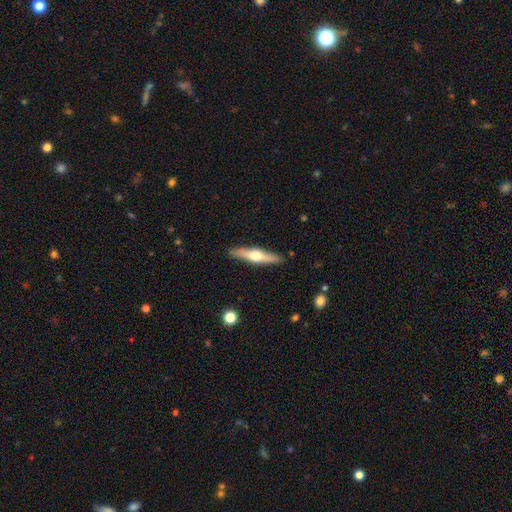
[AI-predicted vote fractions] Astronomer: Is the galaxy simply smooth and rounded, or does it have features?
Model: featured or disk — 56% (runner-up: smooth, 39%).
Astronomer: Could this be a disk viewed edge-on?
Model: yes — 95%.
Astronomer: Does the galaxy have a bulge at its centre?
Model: rounded — 93%.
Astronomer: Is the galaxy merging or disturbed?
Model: none — 89%.